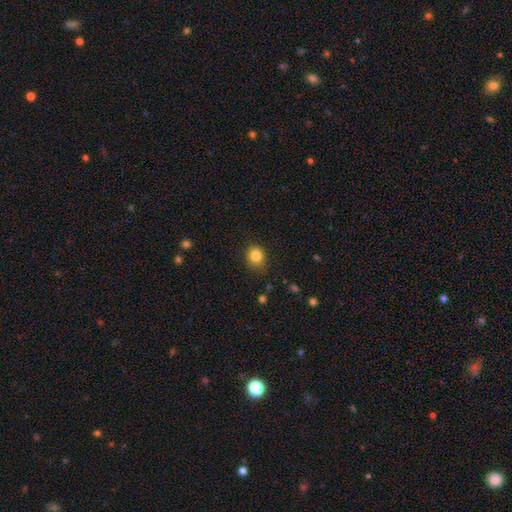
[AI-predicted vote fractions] Morphology: type=smooth (84%); roundness=round (71%); merging=none (80%).